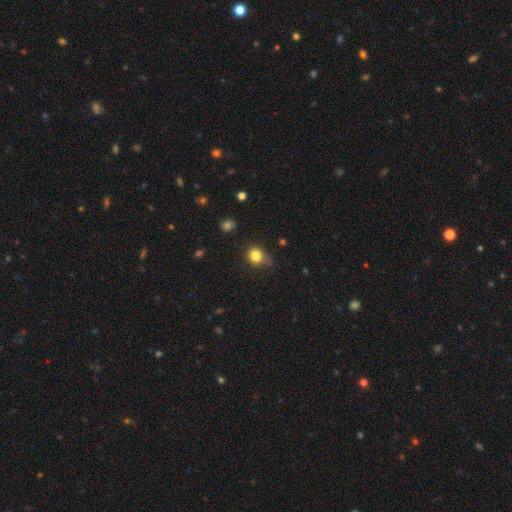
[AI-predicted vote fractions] Overall: smooth (82%). How rounded: round (68%; in between 31%). Merging: none (58%; minor disturbance 31%).